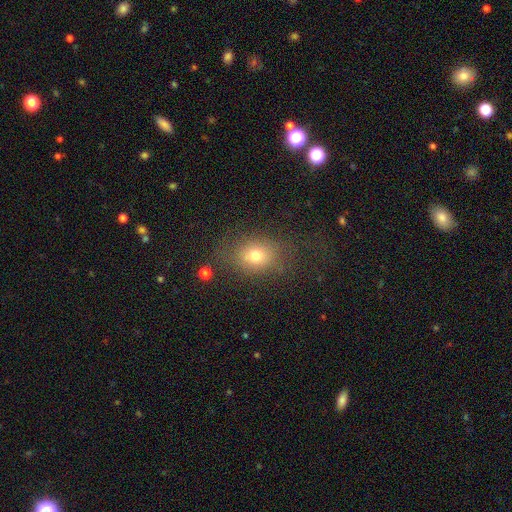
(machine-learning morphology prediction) Smooth or featured? Predicted: smooth (p=0.72). How rounded? Predicted: in between (p=0.52). Merging? Predicted: none (p=0.69).